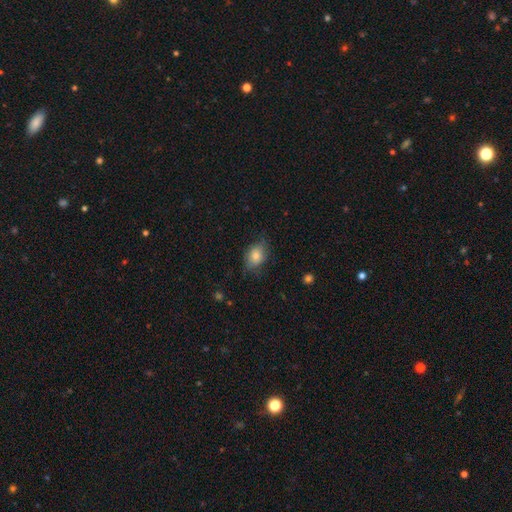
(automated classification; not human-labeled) Overall: smooth (74%). How rounded: in between (73%). Merging: none (65%).